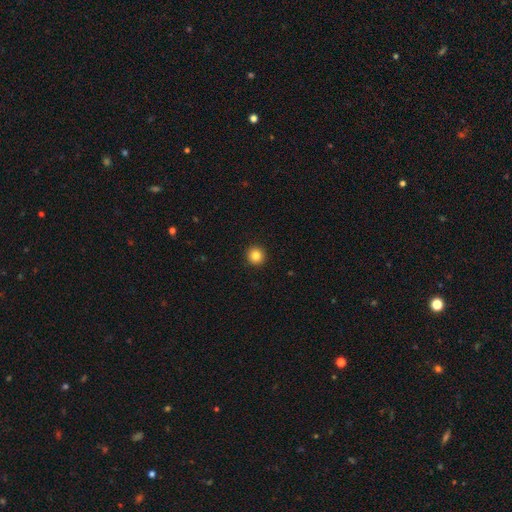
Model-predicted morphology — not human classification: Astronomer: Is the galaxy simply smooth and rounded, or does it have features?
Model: smooth — 84%.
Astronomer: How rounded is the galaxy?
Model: round — 96%.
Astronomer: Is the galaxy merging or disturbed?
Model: none — 94%.